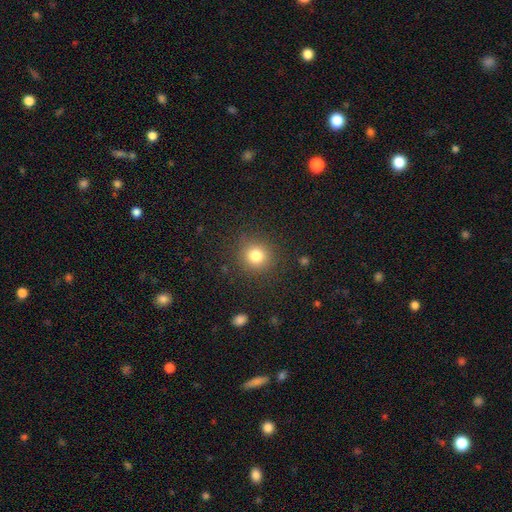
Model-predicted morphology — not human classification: Q: Smooth or featured?
A: smooth (80%); runner-up: star or artifact (13%)
Q: How rounded?
A: round (91%); runner-up: in between (9%)
Q: Merging?
A: none (88%); runner-up: minor disturbance (7%)